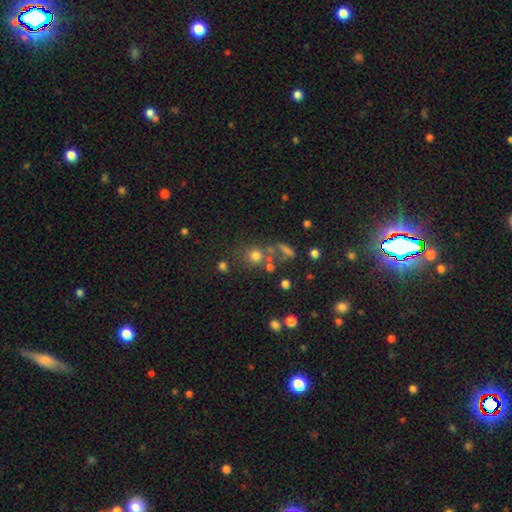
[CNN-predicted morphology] Smooth or featured? Predicted: smooth (p=0.68). How rounded? Predicted: round (p=0.87). Merging? Predicted: none (p=0.64).